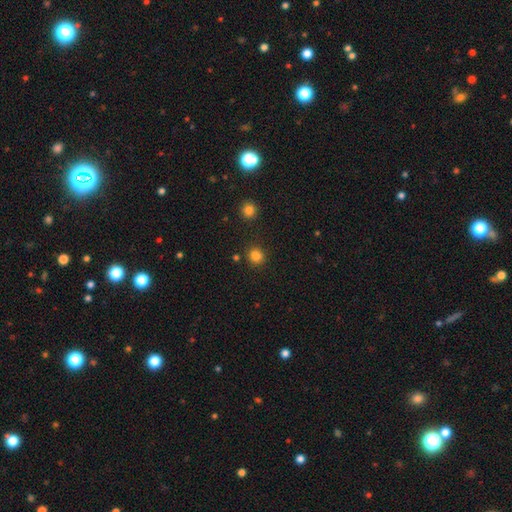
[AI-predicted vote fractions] The model was most divided on "smooth or featured": smooth: 83%, star or artifact: 13%, featured or disk: 4%. More confident: how rounded — round (90%); merging — none (87%).